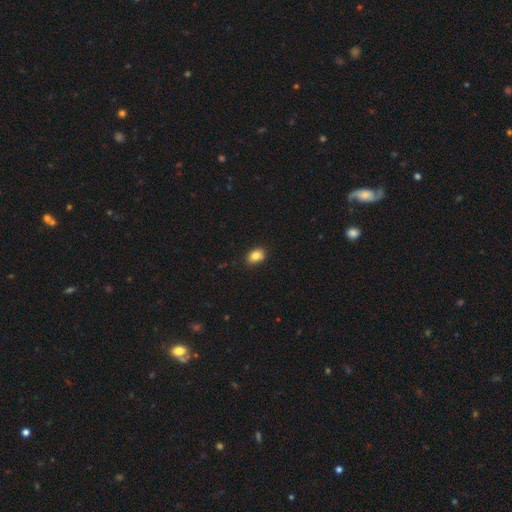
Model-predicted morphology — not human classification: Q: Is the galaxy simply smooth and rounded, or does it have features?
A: smooth — 84%.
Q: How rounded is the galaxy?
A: in between — 76%.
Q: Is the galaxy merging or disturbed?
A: none — 81%.